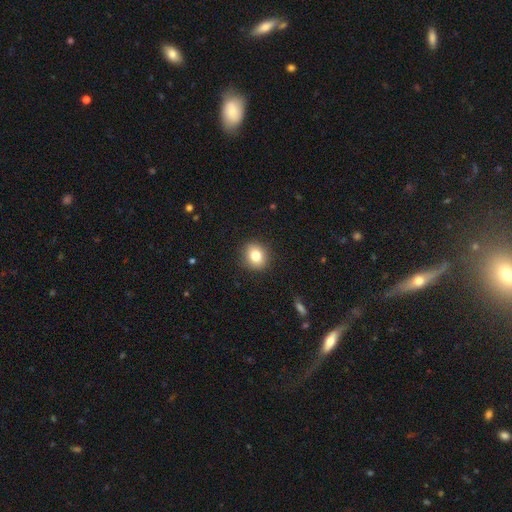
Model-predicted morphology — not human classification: This appears to be a smooth galaxy with no disk features (81%) that is round (69%). Merging: none (89%).